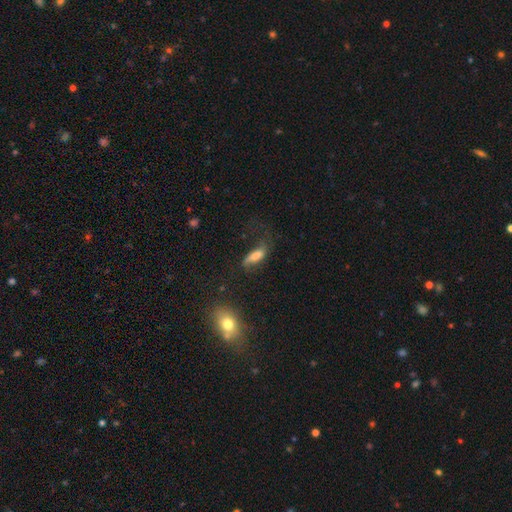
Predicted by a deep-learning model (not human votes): smooth-or-featured: smooth: 69% | featured or disk: 22% | star or artifact: 10%
  how-rounded: in between: 63% | cigar-shaped: 34% | round: 3%
  merging: none: 38% | major disturbance: 32% | minor disturbance: 26% | merger: 4%